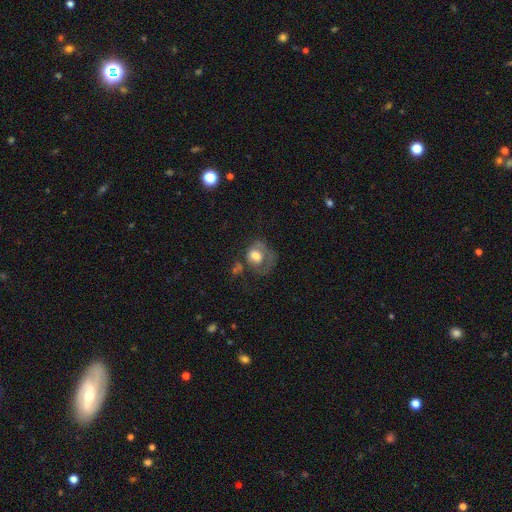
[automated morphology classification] This is possibly a smooth galaxy (54%). How rounded: possibly in between (51%). Merging: marginally major disturbance (43%).